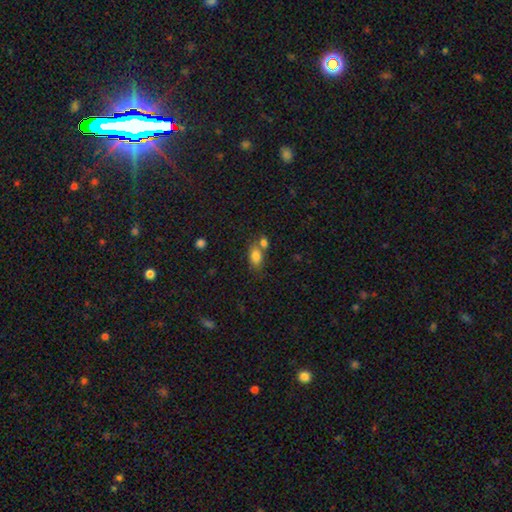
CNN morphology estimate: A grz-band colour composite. It shows a smooth galaxy with no disk features (82%) that is in between round and cigar-shaped (84%). Merging: none (47%).